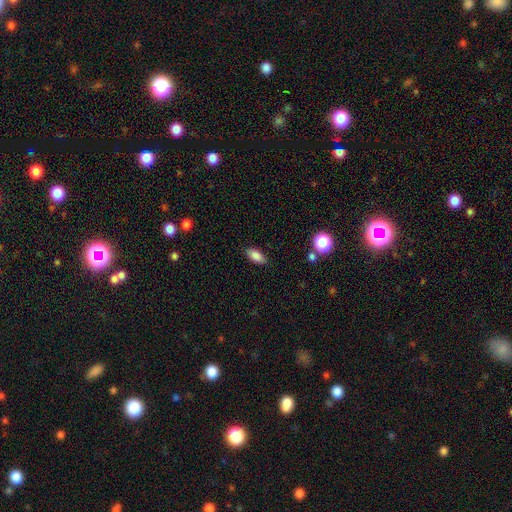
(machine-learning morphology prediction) This is clearly a smooth galaxy (84%). How rounded: clearly in between (86%). Merging: clearly none (86%).